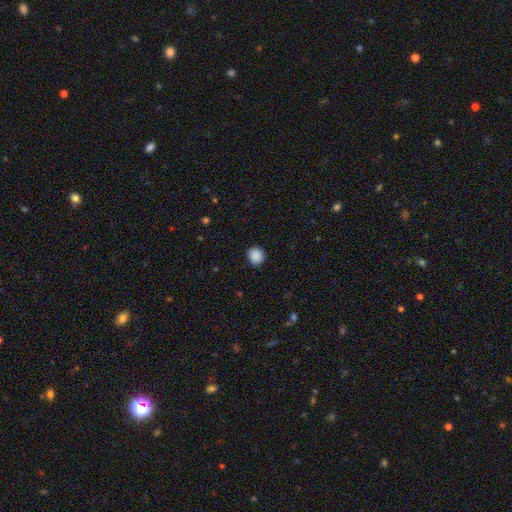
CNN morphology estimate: Smooth or featured? smooth (89%)
How rounded? round (86%)
Merging? none (89%)